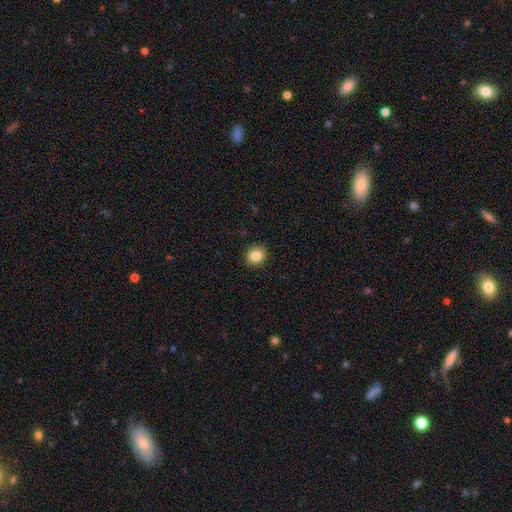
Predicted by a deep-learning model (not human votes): A smooth galaxy with no disk features (84%) that is round (79%).

Vote fractions:
- Smooth or featured? smooth: 84% / star or artifact: 10% / featured or disk: 6%
- How rounded? round: 79% / in between: 21% / cigar-shaped: 1%
- Merging? none: 91% / minor disturbance: 6% / major disturbance: 2% / merger: 1%